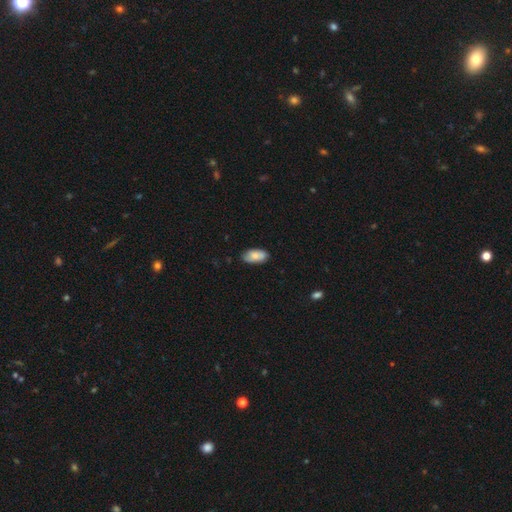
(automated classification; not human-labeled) smooth-or-featured: smooth: 82% | featured or disk: 12% | star or artifact: 6%
  how-rounded: in between: 93% | cigar-shaped: 4% | round: 2%
  merging: none: 82% | minor disturbance: 14% | major disturbance: 2% | merger: 1%